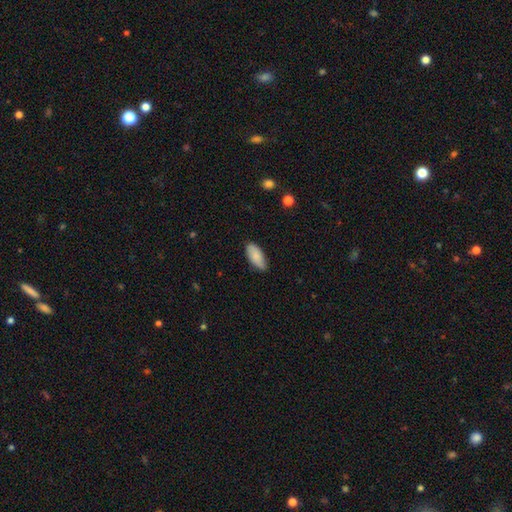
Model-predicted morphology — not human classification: Smooth or featured: smooth — 84% (featured or disk — 10%)
How rounded: in between — 88% (cigar-shaped — 10%)
Merging: none — 76% (minor disturbance — 20%)